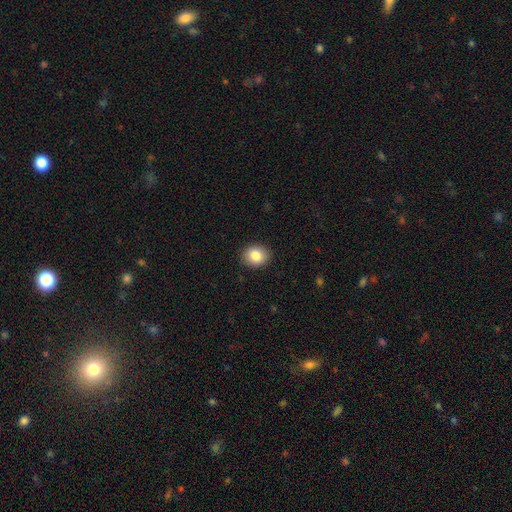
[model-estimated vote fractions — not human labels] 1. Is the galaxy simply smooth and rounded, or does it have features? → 84% smooth, 9% star or artifact, 7% featured or disk.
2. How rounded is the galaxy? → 63% round, 36% in between, 1% cigar-shaped.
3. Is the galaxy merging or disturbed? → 90% none, 7% minor disturbance, 2% major disturbance, 1% merger.